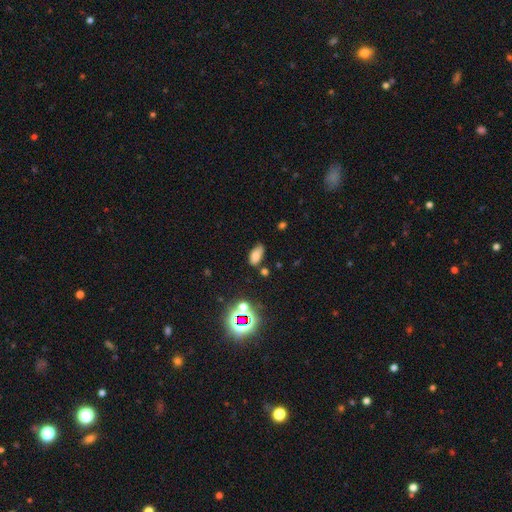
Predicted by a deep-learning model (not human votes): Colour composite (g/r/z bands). It shows a smooth galaxy with no disk features (72%) that is in between round and cigar-shaped (91%). Merging: none (67%).